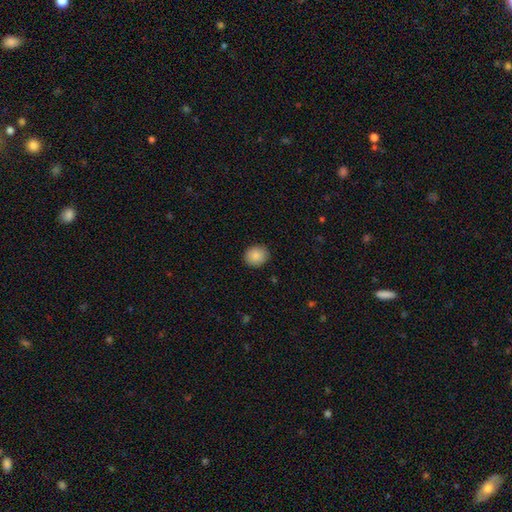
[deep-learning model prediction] smooth-or-featured: smooth: 88% | star or artifact: 8% | featured or disk: 4%
  how-rounded: round: 74% | in between: 25% | cigar-shaped: 1%
  merging: none: 90% | minor disturbance: 7% | major disturbance: 2% | merger: 1%